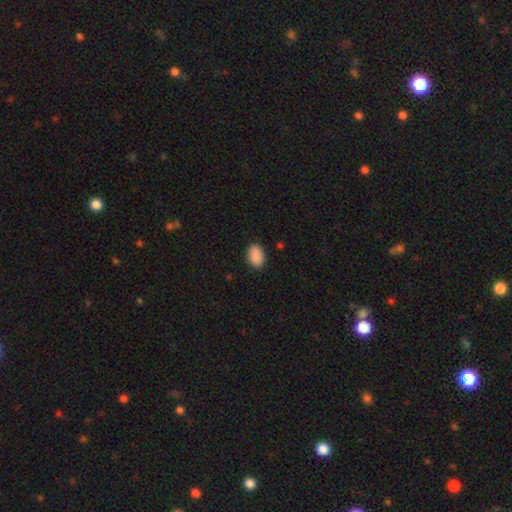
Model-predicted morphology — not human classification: Smooth or featured? Predicted: smooth (p=0.90). How rounded? Predicted: in between (p=0.85). Merging? Predicted: none (p=0.88).